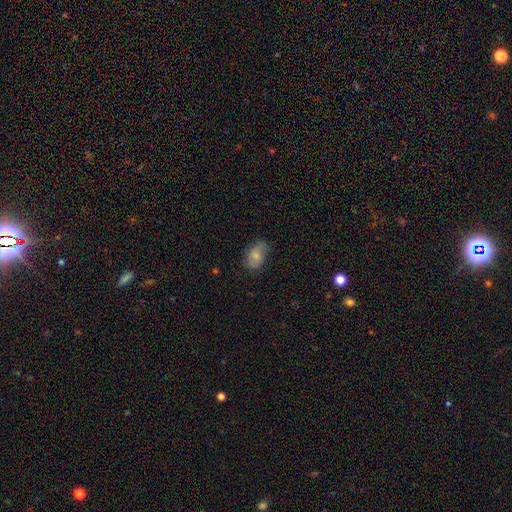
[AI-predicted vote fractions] Smooth or featured? smooth (71%)
How rounded? in between (86%)
Merging? none (63%)